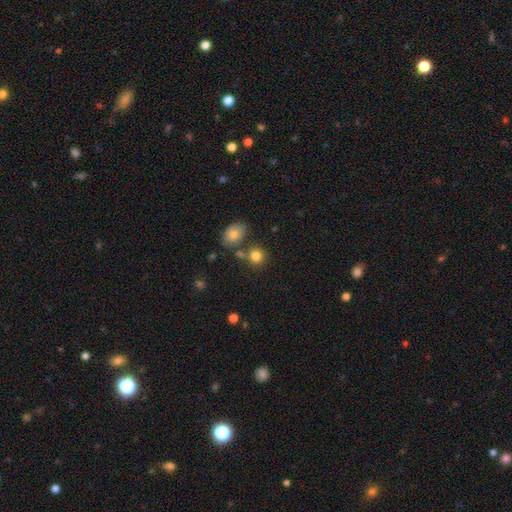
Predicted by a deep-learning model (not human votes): Q: Smooth or featured?
A: smooth (82%); runner-up: star or artifact (10%)
Q: How rounded?
A: round (77%); runner-up: in between (22%)
Q: Merging?
A: none (63%); runner-up: merger (21%)